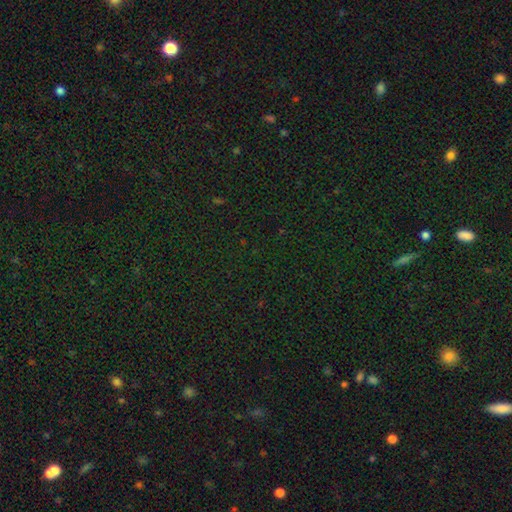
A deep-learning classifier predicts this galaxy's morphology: Smooth or featured? star or artifact (78%)